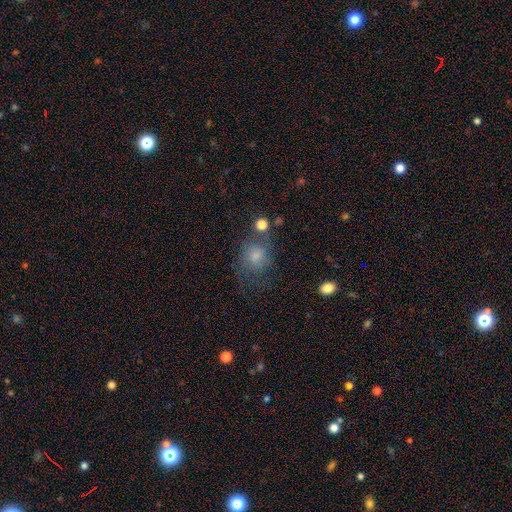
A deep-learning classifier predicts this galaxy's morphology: This is possibly a smooth galaxy (57%). How rounded: likely round (62%). Merging: possibly none (56%).